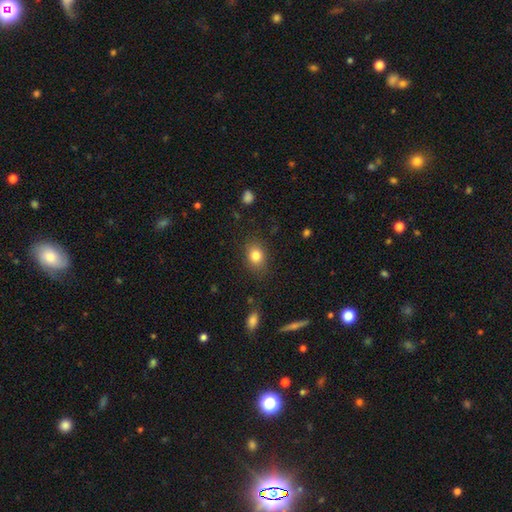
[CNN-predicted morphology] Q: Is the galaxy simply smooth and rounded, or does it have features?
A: smooth — 81%.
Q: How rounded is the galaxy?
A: in between — 57%.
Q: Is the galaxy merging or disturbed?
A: none — 83%.